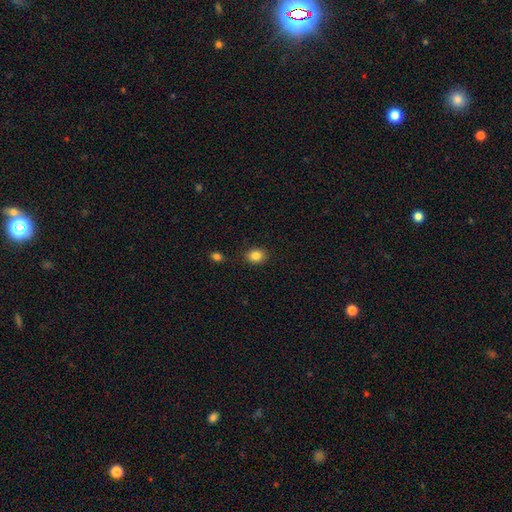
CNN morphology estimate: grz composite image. It shows a smooth galaxy with no disk features (84%) that is round (57%). Merging: none (86%).